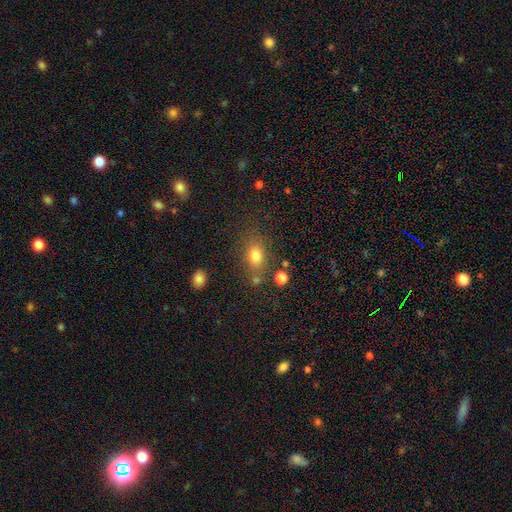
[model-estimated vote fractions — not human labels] This appears to be a smooth galaxy with no disk features (78%) that is in between round and cigar-shaped (67%). Merging: none (67%).